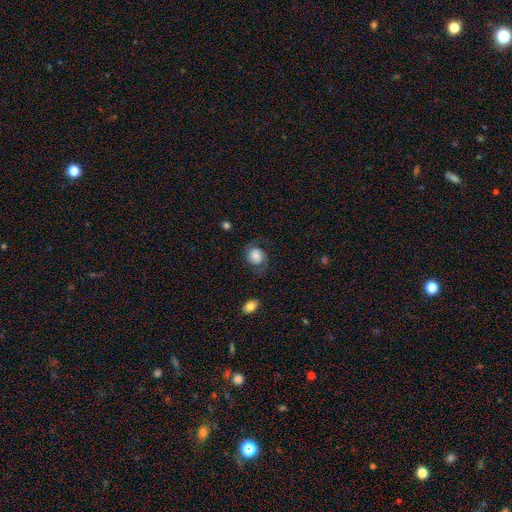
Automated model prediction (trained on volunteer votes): Smooth or featured? Predicted: featured or disk (p=0.51). Edge-on disk? Predicted: no (p=0.97). Merging? Predicted: none (p=0.66).